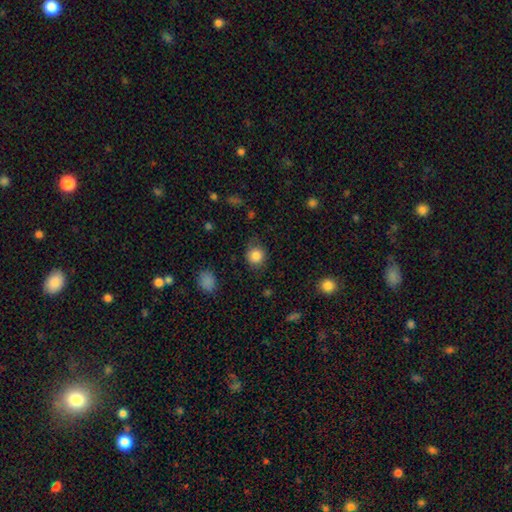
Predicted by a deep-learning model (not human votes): Smooth or featured? Predicted: smooth (p=0.86). How rounded? Predicted: round (p=0.86). Merging? Predicted: none (p=0.75).